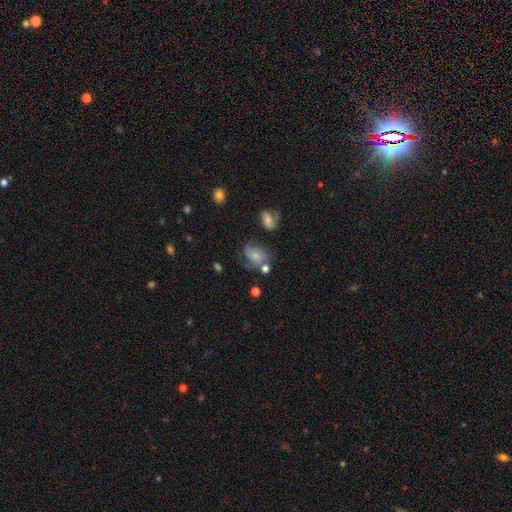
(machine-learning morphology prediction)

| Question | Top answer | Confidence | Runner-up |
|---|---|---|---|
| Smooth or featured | featured or disk | 48% | smooth (41%) |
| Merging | none | 44% | minor disturbance (25%) |